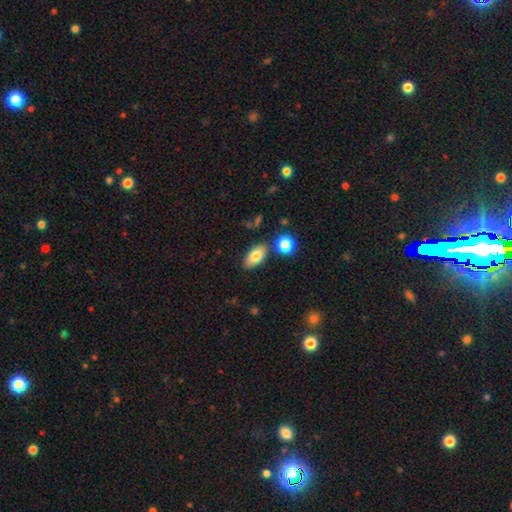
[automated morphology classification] Smooth or featured? Predicted: smooth (p=0.78). How rounded? Predicted: in between (p=0.89). Merging? Predicted: none (p=0.77).